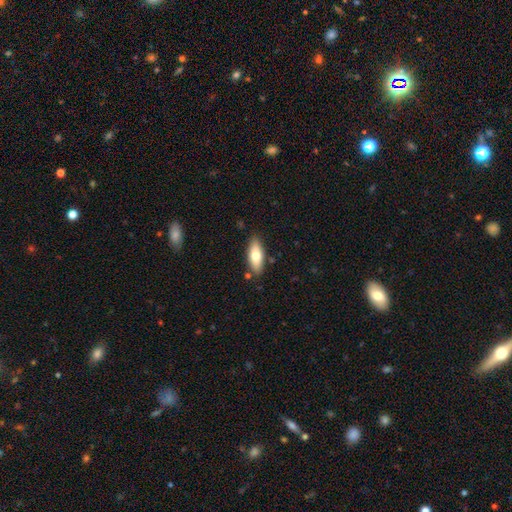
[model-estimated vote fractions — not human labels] Smooth or featured? smooth (71%)
How rounded? in between (76%)
Merging? none (84%)